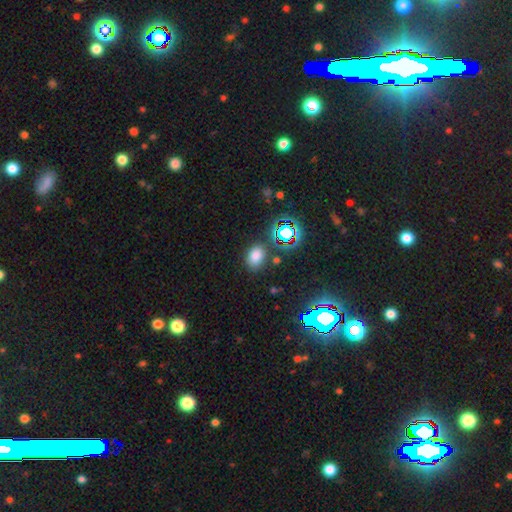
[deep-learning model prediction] Smooth or featured? Predicted: smooth (p=0.71). How rounded? Predicted: in between (p=0.73). Merging? Predicted: none (p=0.79).